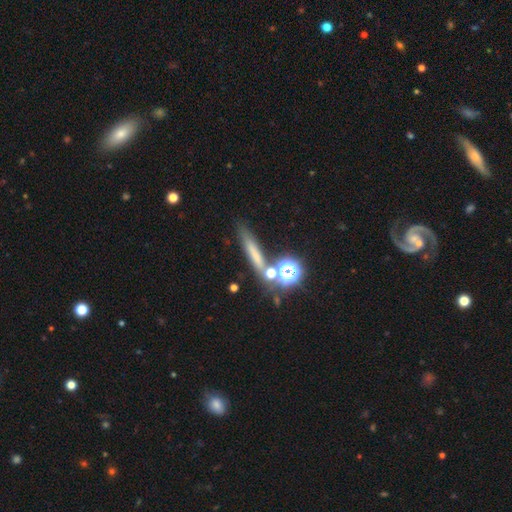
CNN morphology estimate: A smooth galaxy with no disk features (55%) that is cigar-shaped (69%).

Vote fractions:
- Smooth or featured? smooth: 55% / star or artifact: 25% / featured or disk: 20%
- How rounded? cigar-shaped: 69% / round: 21% / in between: 11%
- Merging? none: 72% / merger: 12% / minor disturbance: 11% / major disturbance: 5%